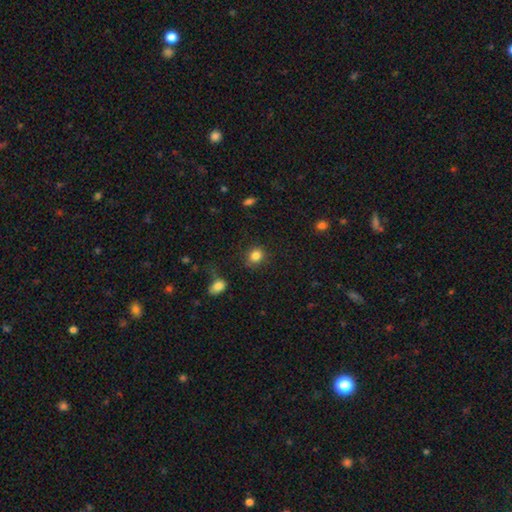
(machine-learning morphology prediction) This is clearly a smooth galaxy (84%). How rounded: likely round (71%). Merging: clearly none (81%).